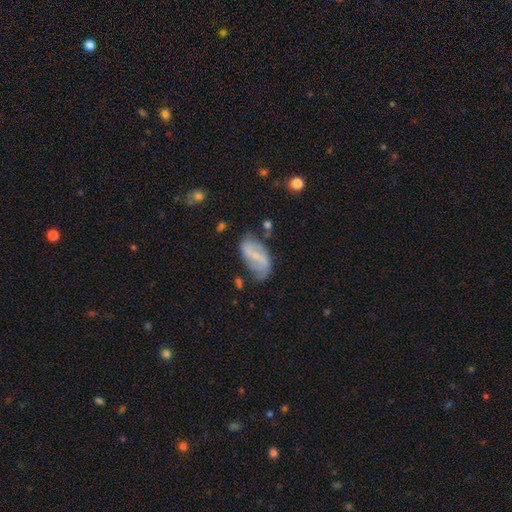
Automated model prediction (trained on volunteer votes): Q: Smooth or featured?
A: featured or disk (63%); runner-up: smooth (29%)
Q: Edge-on disk?
A: no (96%); runner-up: yes (4%)
Q: Bar?
A: weak (42%); runner-up: strong (36%)
Q: Spiral arms?
A: yes (82%); runner-up: no (18%)
Q: Bulge size?
A: small (49%); runner-up: none (37%)
Q: Merging?
A: none (53%); runner-up: minor disturbance (28%)